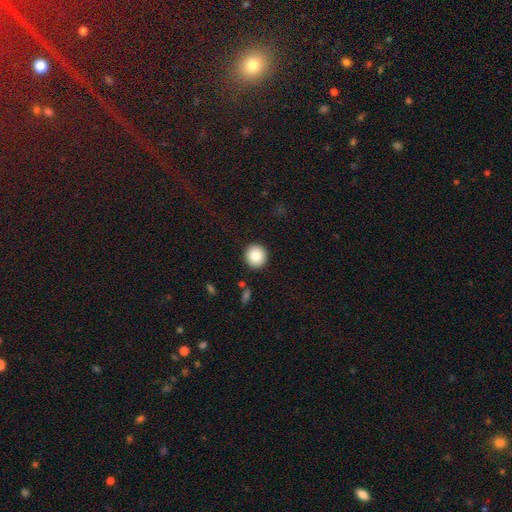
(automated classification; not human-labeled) Morphology: type=smooth (84%); roundness=round (92%); merging=none (91%).